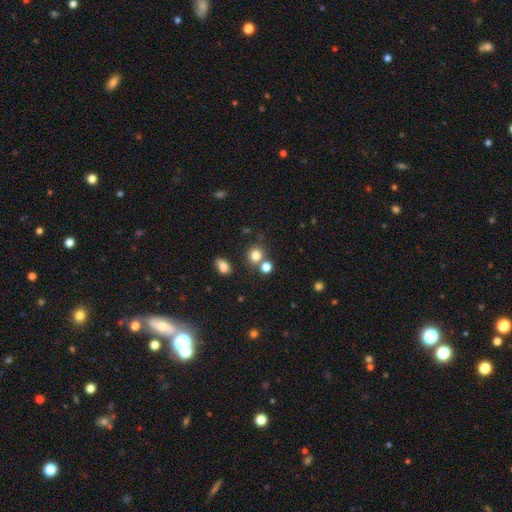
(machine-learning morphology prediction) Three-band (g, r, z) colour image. It shows a smooth galaxy with no disk features (80%) that is round (84%). Merging: none (69%).